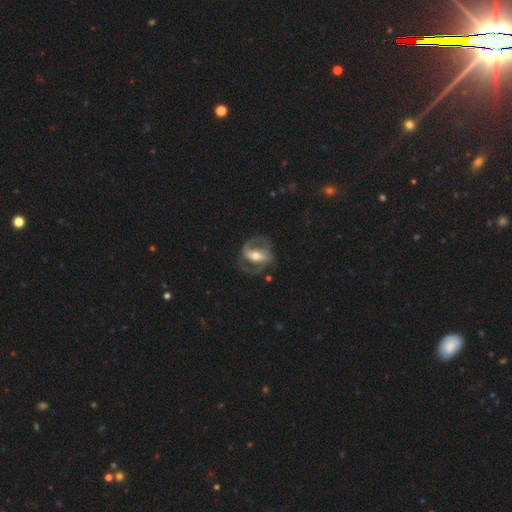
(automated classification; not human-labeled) Smooth or featured? featured or disk (87%)
Edge-on disk? no (96%)
Bar? strong (53%)
Spiral arms? yes (94%)
Spiral winding? medium (54%)
Spiral arm count? 2 (87%)
Bulge size? moderate (67%)
Merging? none (70%)